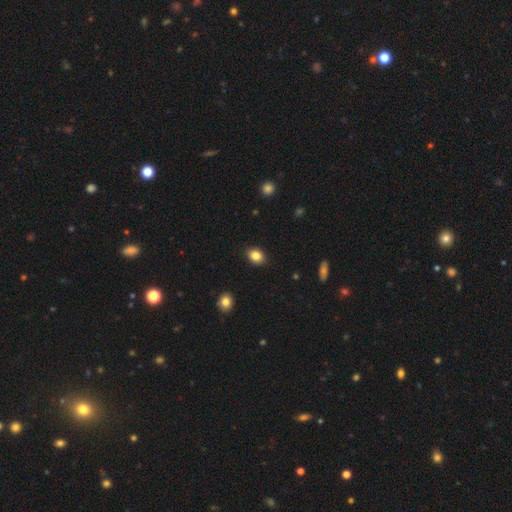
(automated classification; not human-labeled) Overall: smooth (85%). How rounded: in between (63%; round 36%). Merging: none (89%).